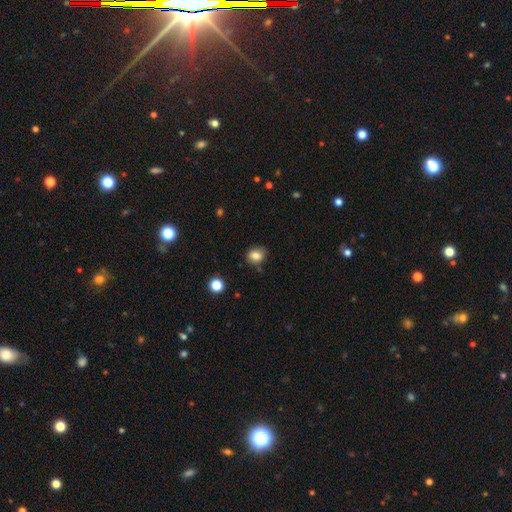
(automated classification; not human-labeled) Smooth or featured? Predicted: smooth (p=0.83). How rounded? Predicted: round (p=0.59). Merging? Predicted: none (p=0.76).